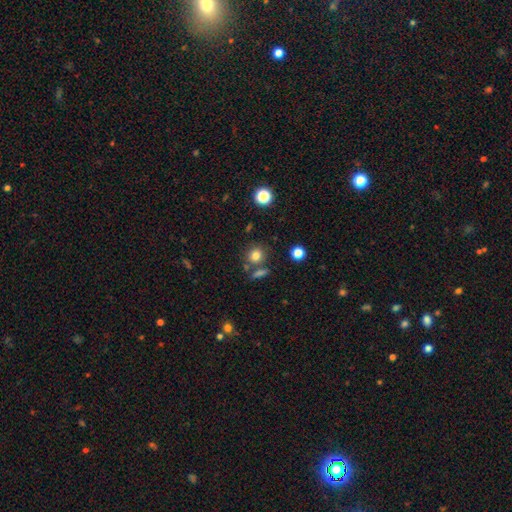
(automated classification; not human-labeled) smooth_or_featured: smooth (p=0.79) [alt: star or artifact p=0.13]
how_rounded: round (p=0.85) [alt: in between p=0.13]
merging: none (p=0.74) [alt: merger p=0.12]